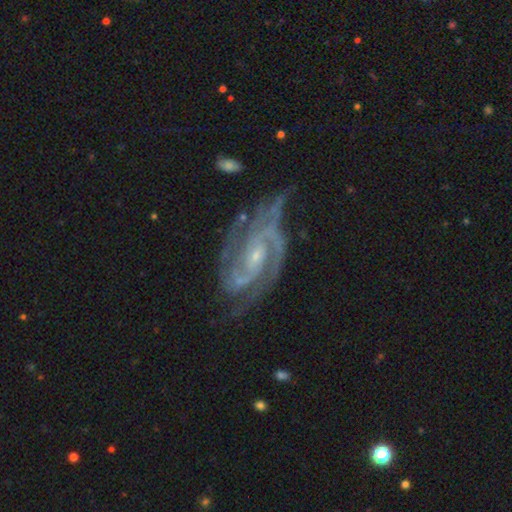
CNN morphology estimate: A featured or disk galaxy (92%) with a weak bar (41%), 2 (64%) medium (48%) spiral arms (98%) and a small central bulge (74%).

Vote fractions:
- Smooth or featured? featured or disk: 92% / star or artifact: 5% / smooth: 3%
- Edge-on disk? no: 97% / yes: 3%
- Bar? weak: 41% / no: 39% / strong: 20%
- Spiral arms? yes: 98% / no: 2%
- Spiral winding? medium: 48% / tight: 44% / loose: 9%
- Spiral arm count? 2: 64% / 3: 17% / can't tell: 7% / 4: 4% / 1: 4% / more than 4: 4%
- Bulge size? small: 74% / moderate: 21% / none: 3% / large: 1% / dominant: 1%
- Merging? none: 65% / minor disturbance: 22% / major disturbance: 10% / merger: 3%